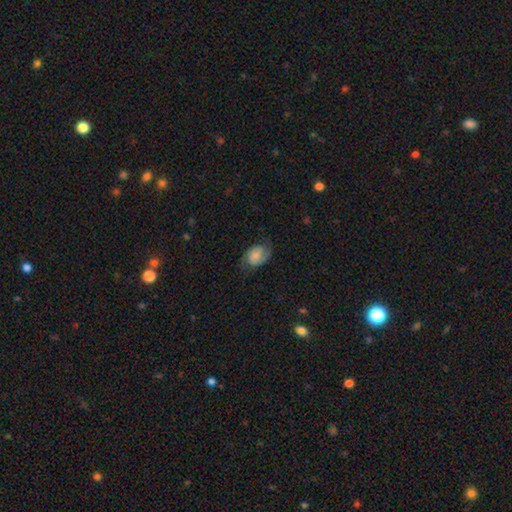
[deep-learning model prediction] A featured or disk galaxy (54%) with no bar (64%), spiral arms (90%) and a small central bulge (28%). Merging: none (66%).